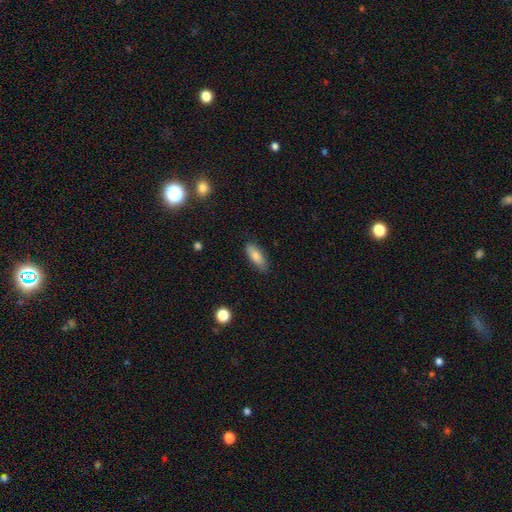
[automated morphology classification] Smooth or featured?
  - smooth: 80% *
  - featured or disk: 13%
  - star or artifact: 7%
How rounded?
  - in between: 67% *
  - cigar-shaped: 31%
  - round: 2%
Merging?
  - none: 84% *
  - minor disturbance: 13%
  - major disturbance: 2%
  - merger: 1%